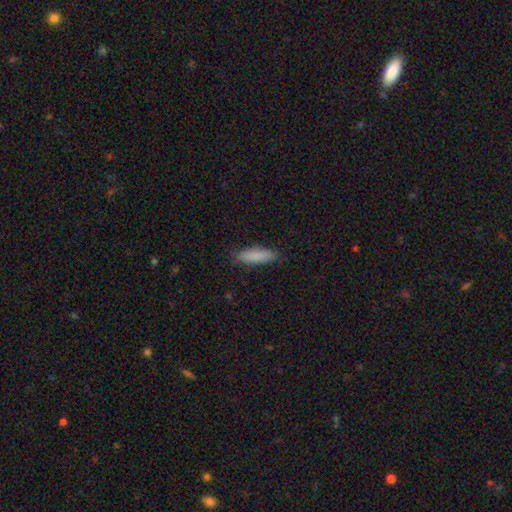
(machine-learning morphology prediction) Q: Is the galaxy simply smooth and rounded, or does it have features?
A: smooth — 86%.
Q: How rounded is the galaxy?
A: cigar-shaped — 68%.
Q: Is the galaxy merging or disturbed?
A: none — 87%.